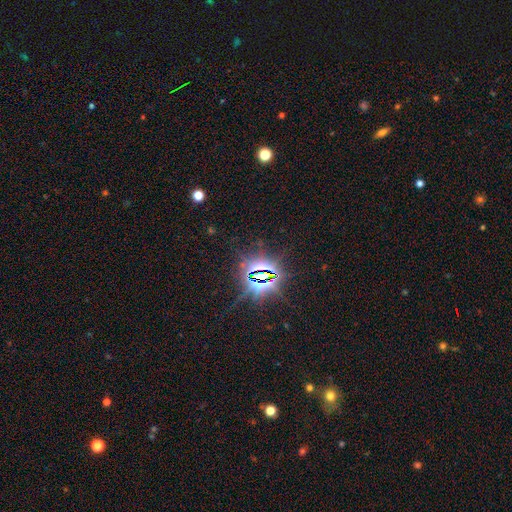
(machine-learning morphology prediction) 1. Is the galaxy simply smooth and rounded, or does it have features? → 84% star or artifact, 9% smooth, 7% featured or disk.